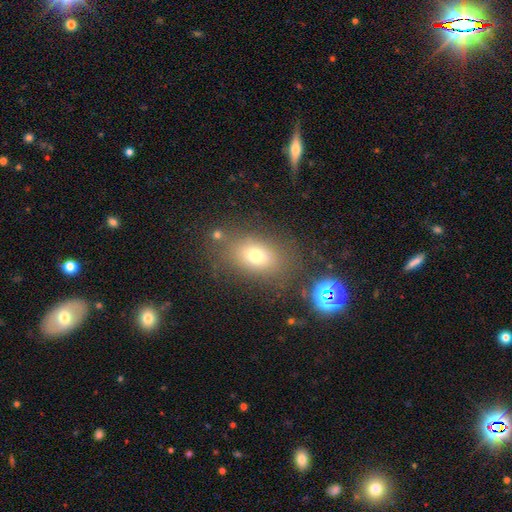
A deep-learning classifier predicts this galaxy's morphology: smooth-or-featured: smooth: 71% | star or artifact: 16% | featured or disk: 13%
  how-rounded: in between: 73% | round: 26% | cigar-shaped: 2%
  merging: none: 75% | minor disturbance: 13% | major disturbance: 6% | merger: 6%